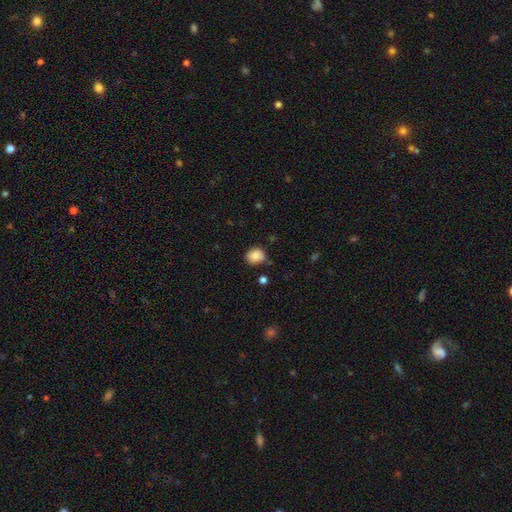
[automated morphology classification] smooth_or_featured: smooth (p=0.86) [alt: star or artifact p=0.09]
how_rounded: round (p=0.68) [alt: in between p=0.31]
merging: none (p=0.71) [alt: minor disturbance p=0.21]